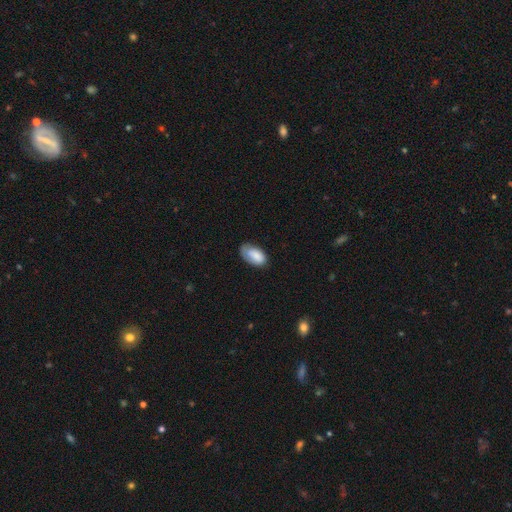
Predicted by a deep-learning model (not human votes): A smooth galaxy with no disk features (82%) that is in between round and cigar-shaped (95%).

Vote fractions:
- Smooth or featured? smooth: 82% / featured or disk: 11% / star or artifact: 6%
- How rounded? in between: 95% / round: 3% / cigar-shaped: 2%
- Merging? none: 59% / minor disturbance: 31% / major disturbance: 8% / merger: 2%